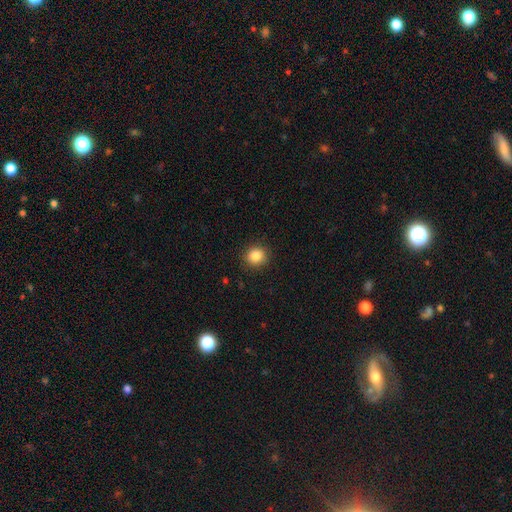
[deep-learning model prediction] smooth-or-featured: smooth: 86% | star or artifact: 10% | featured or disk: 4%
  how-rounded: round: 85% | in between: 14% | cigar-shaped: 1%
  merging: none: 90% | minor disturbance: 7% | major disturbance: 2% | merger: 1%